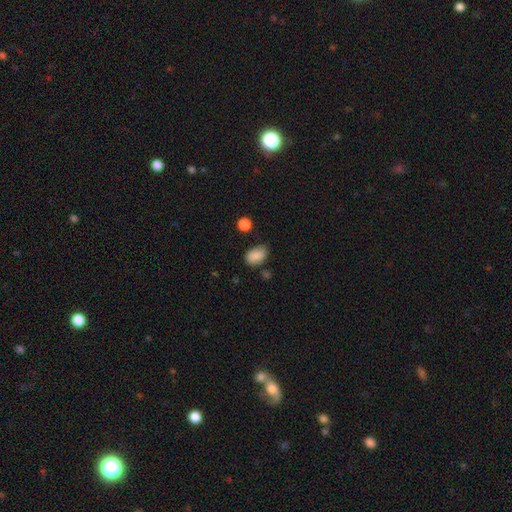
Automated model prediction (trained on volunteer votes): smooth-or-featured: smooth: 86% | star or artifact: 9% | featured or disk: 5%
  how-rounded: in between: 85% | round: 14% | cigar-shaped: 1%
  merging: none: 67% | minor disturbance: 25% | major disturbance: 5% | merger: 4%